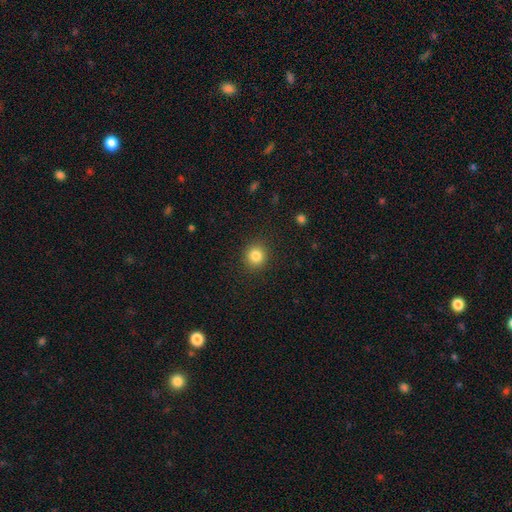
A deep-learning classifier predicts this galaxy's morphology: Smooth or featured: smooth — 83% (star or artifact — 11%)
How rounded: round — 90% (in between — 9%)
Merging: none — 90% (minor disturbance — 6%)